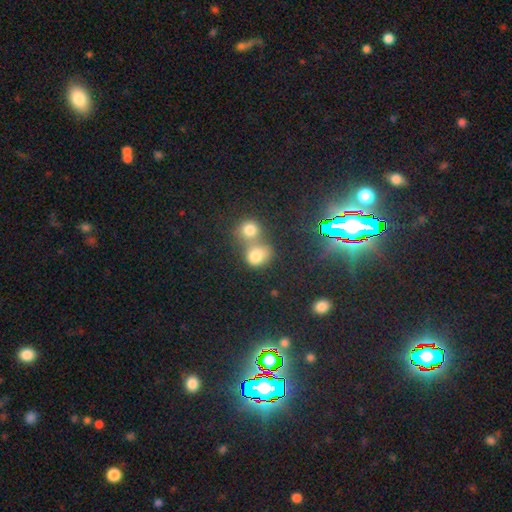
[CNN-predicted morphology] smooth-or-featured: smooth: 76% | star or artifact: 15% | featured or disk: 9%
  how-rounded: round: 64% | in between: 35% | cigar-shaped: 1%
  merging: merger: 58% | none: 30% | minor disturbance: 8% | major disturbance: 5%